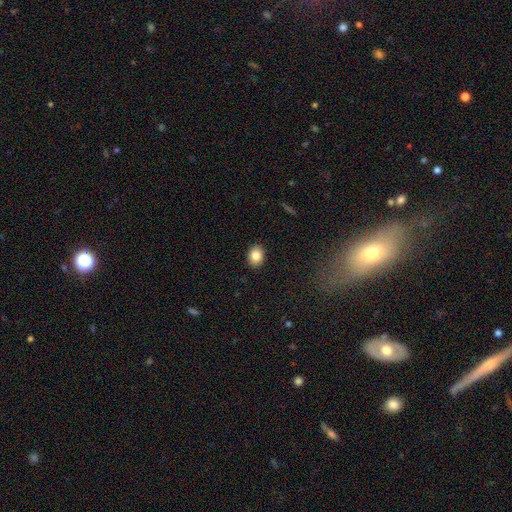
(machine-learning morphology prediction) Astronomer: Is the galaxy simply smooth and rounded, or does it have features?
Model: smooth — 84%.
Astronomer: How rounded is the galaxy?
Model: in between — 60% (runner-up: round, 39%).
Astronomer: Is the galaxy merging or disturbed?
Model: none — 90%.